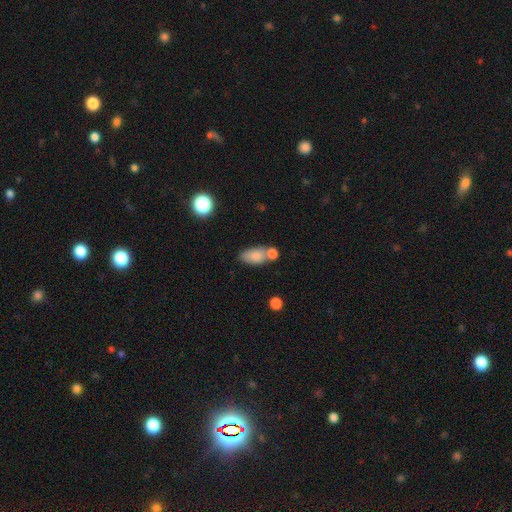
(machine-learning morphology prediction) A smooth galaxy with no disk features (80%) that is in between round and cigar-shaped (89%). Merging: none (47%).